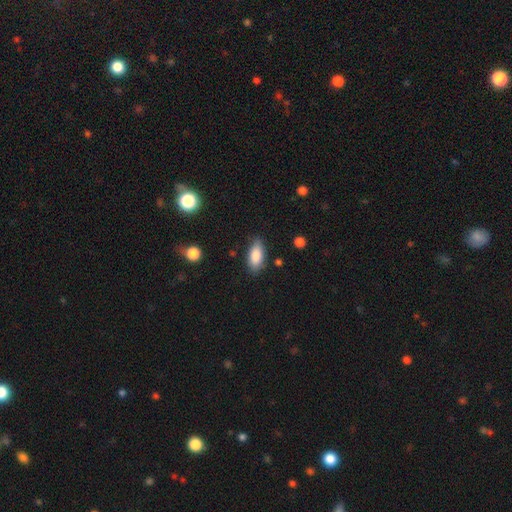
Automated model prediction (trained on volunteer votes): Q: Smooth or featured?
A: smooth (86%); runner-up: featured or disk (7%)
Q: How rounded?
A: in between (89%); runner-up: cigar-shaped (8%)
Q: Merging?
A: none (80%); runner-up: minor disturbance (15%)